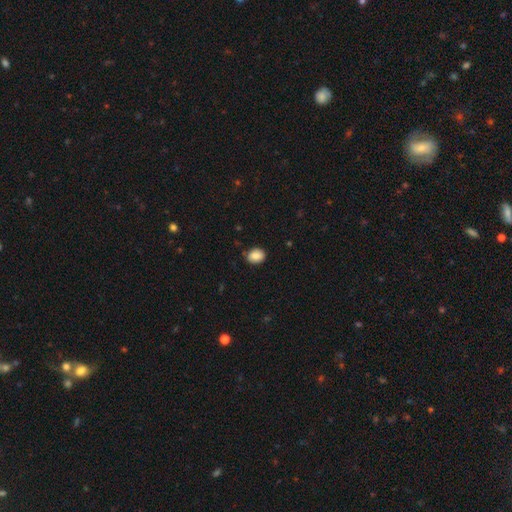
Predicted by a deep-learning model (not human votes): A smooth galaxy with no disk features (86%) that is in between round and cigar-shaped (53%). Merging: none (83%).